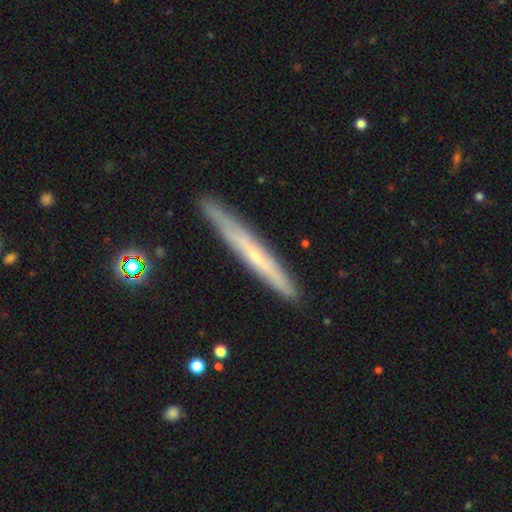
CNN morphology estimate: This appears to be a featured or disk galaxy (55%) viewed edge-on (91%) with no central bulge (66%). Merging: none (87%).